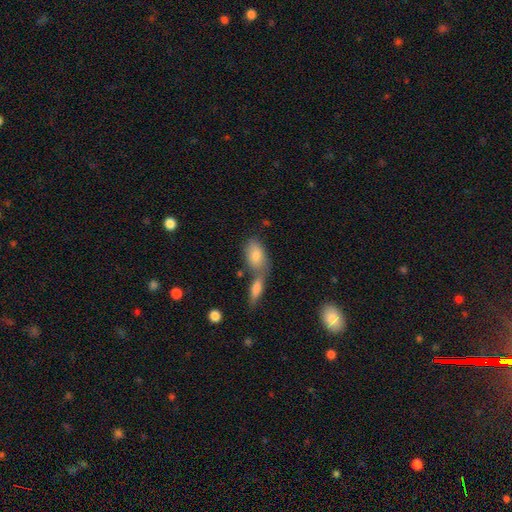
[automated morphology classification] Q: Smooth or featured?
A: smooth (78%); runner-up: featured or disk (14%)
Q: How rounded?
A: in between (89%); runner-up: round (6%)
Q: Merging?
A: none (43%); runner-up: merger (42%)